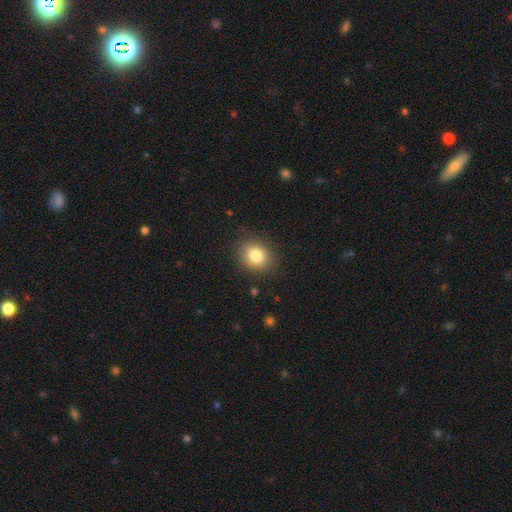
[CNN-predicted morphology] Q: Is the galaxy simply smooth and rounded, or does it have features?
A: smooth — 82%.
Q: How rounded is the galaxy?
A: round — 60%.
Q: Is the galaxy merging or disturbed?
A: none — 86%.